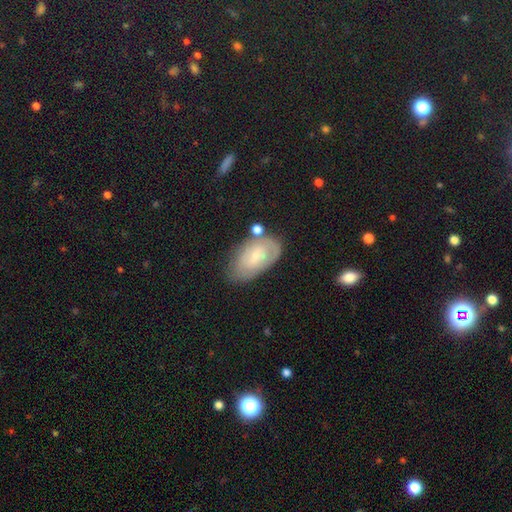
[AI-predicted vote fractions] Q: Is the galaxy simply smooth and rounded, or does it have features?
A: featured or disk — 47%.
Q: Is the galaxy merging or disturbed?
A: none — 63%.